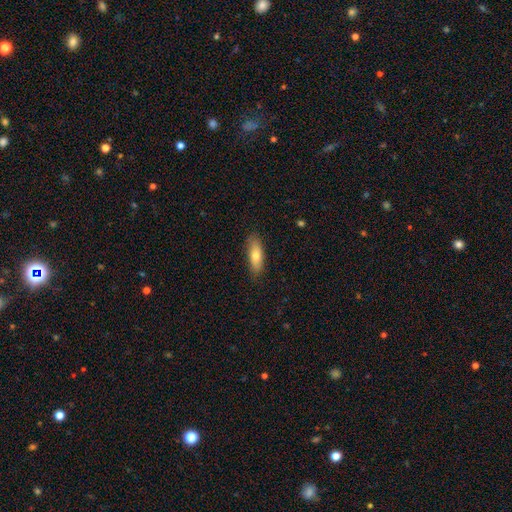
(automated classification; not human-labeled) Q: Smooth or featured?
A: smooth (71%); runner-up: featured or disk (23%)
Q: How rounded?
A: in between (62%); runner-up: cigar-shaped (36%)
Q: Merging?
A: none (85%); runner-up: minor disturbance (11%)